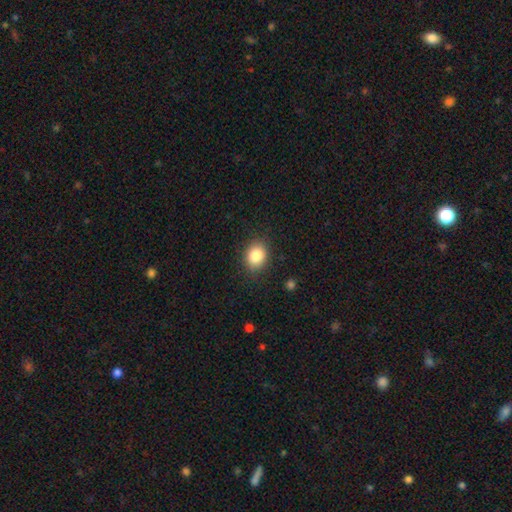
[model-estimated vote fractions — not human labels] Morphology: type=smooth (84%); roundness=round (56%); merging=none (86%).